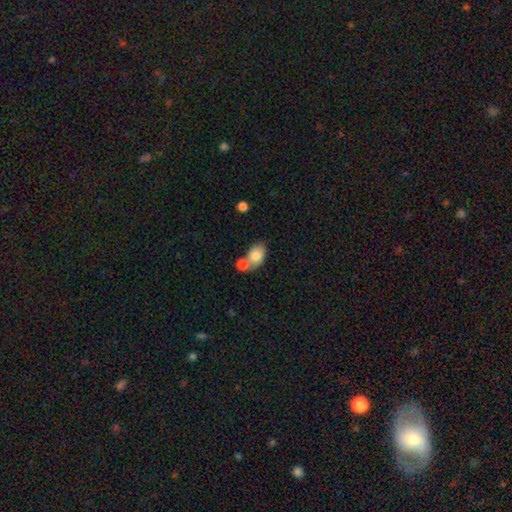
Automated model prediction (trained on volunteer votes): Morphology: type=smooth (82%); roundness=in between (84%); merging=none (49%).